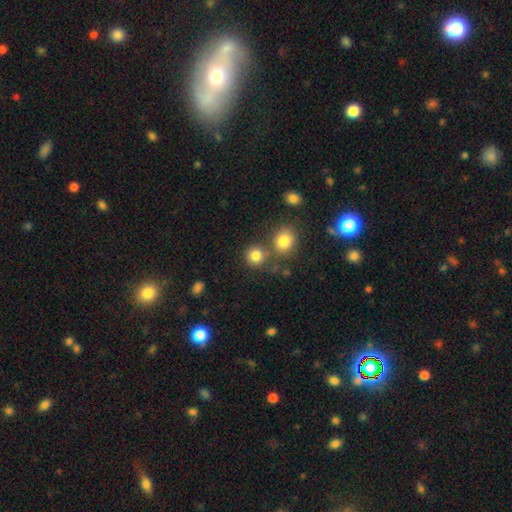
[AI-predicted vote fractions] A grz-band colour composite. It shows a smooth galaxy with no disk features (82%) that is round (88%). Merging: none (68%).